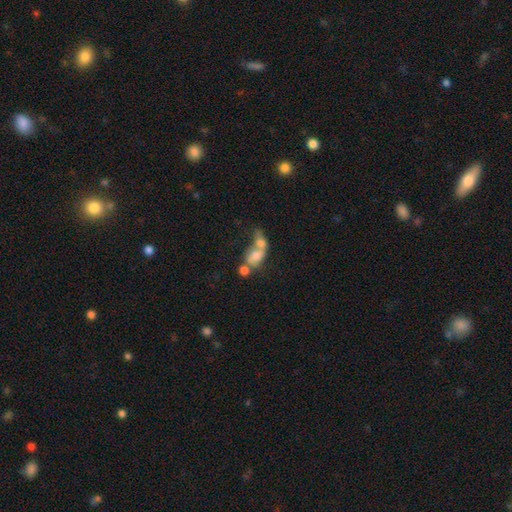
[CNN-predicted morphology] smooth 60%, featured or disk 29%, star or artifact 11%. Down the decision tree: how rounded — in between (73%); merging — merger (71%).